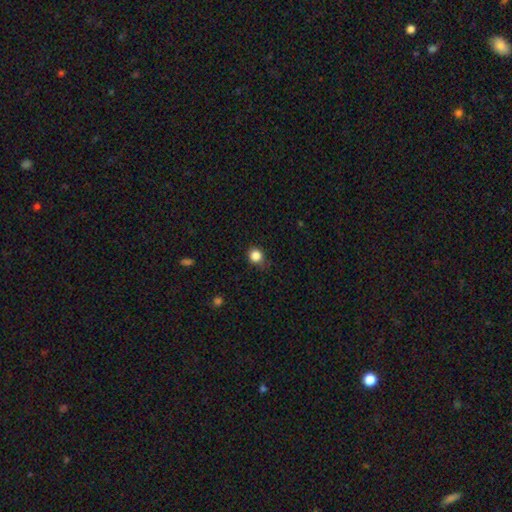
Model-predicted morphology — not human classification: This appears to be a smooth galaxy with no disk features (84%) that is round (86%). Merging: none (76%).